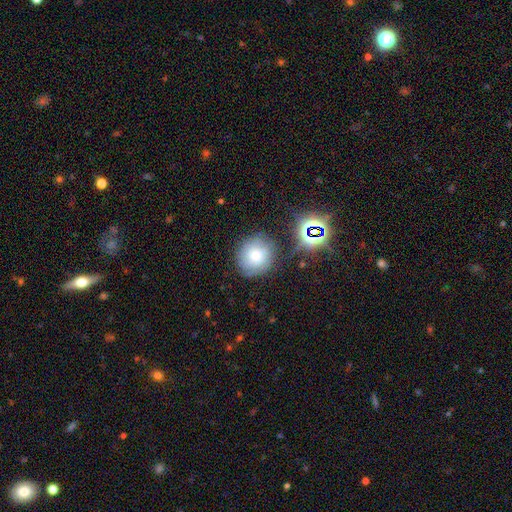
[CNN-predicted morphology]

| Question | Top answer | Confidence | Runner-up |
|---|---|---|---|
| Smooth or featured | smooth | 56% | featured or disk (26%) |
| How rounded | round | 86% | in between (13%) |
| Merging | none | 76% | minor disturbance (16%) |